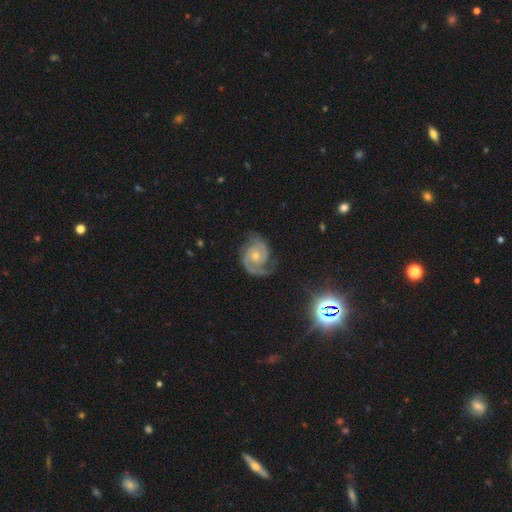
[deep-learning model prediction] Overall: featured or disk (89%). Edge-on disk: no (98%). Bar: no (71%). Spiral arms: yes (98%). Spiral arm count: 2 (86%). Spiral winding: medium (45%; tight 44%). Bulge size: small (48%; moderate 47%). Merging: none (71%).